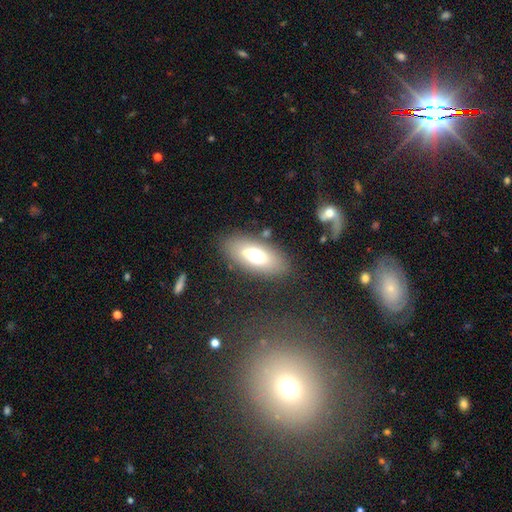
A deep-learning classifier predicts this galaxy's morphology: Q: Smooth or featured?
A: smooth (67%); runner-up: featured or disk (25%)
Q: How rounded?
A: in between (84%); runner-up: cigar-shaped (12%)
Q: Merging?
A: none (81%); runner-up: minor disturbance (11%)